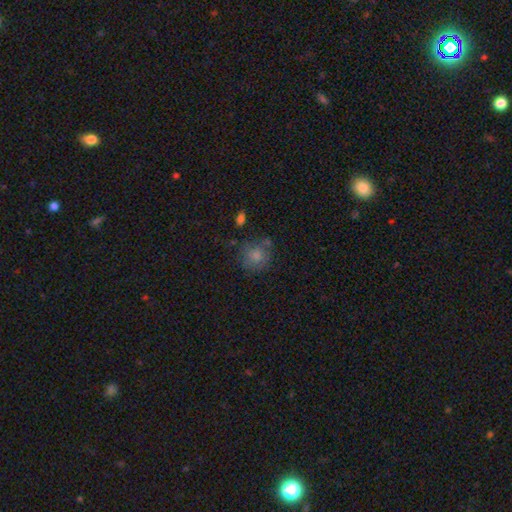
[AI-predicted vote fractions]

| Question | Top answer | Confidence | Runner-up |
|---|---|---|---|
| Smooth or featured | smooth | 79% | featured or disk (11%) |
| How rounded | round | 85% | in between (14%) |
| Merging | none | 63% | minor disturbance (20%) |